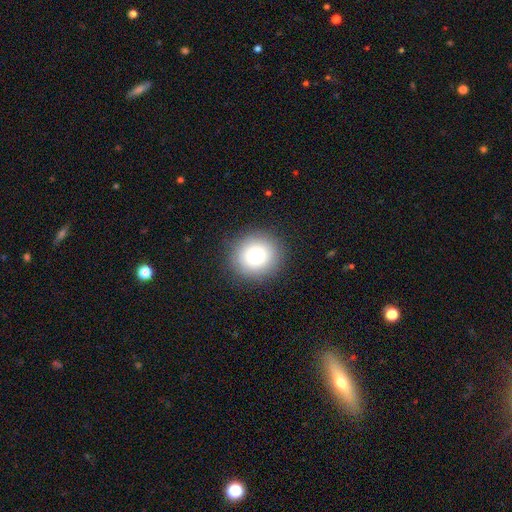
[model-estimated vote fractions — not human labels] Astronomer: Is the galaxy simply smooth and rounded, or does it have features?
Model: smooth — 76%.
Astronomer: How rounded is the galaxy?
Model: round — 88%.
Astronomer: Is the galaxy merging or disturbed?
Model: none — 89%.